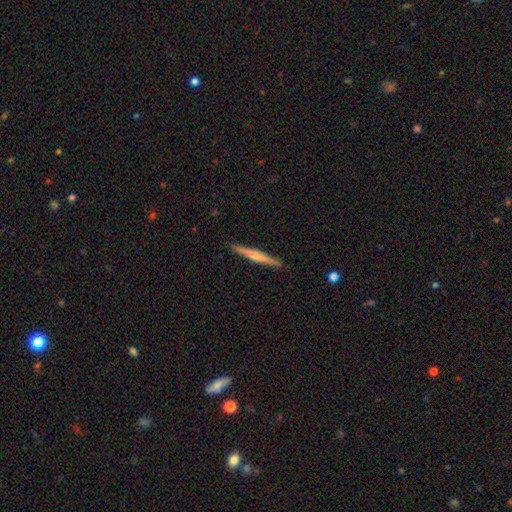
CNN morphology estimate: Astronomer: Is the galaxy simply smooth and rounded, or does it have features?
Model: featured or disk — 53% (runner-up: smooth, 42%).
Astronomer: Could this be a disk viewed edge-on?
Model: yes — 98%.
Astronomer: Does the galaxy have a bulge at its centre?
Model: rounded — 58%.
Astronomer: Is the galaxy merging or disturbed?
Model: none — 91%.